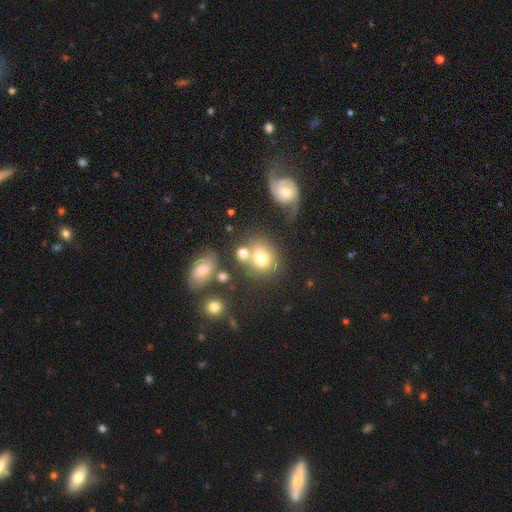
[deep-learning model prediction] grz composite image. It shows a smooth galaxy with no disk features (57%) that is round (59%). Merging: none (51%).